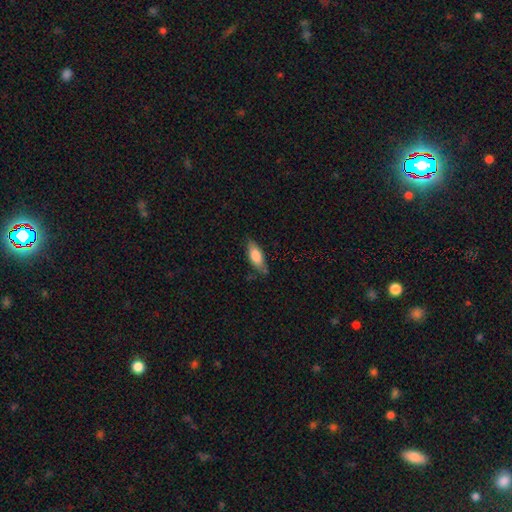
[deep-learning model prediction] Smooth or featured?
  - smooth: 79% *
  - featured or disk: 15%
  - star or artifact: 6%
How rounded?
  - in between: 72% *
  - cigar-shaped: 26%
  - round: 2%
Merging?
  - none: 73% *
  - minor disturbance: 21%
  - major disturbance: 4%
  - merger: 2%